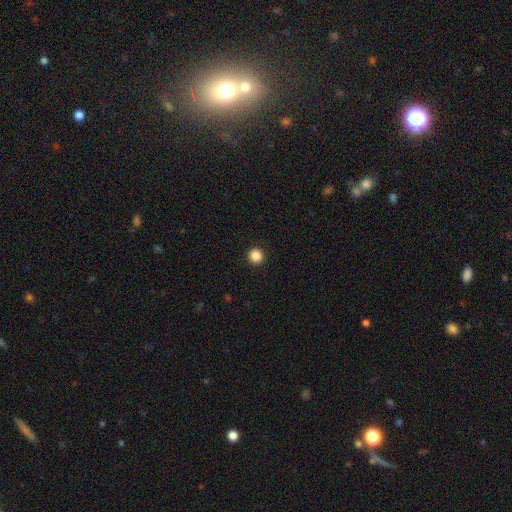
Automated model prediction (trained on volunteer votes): Morphology: type=smooth (87%); roundness=round (94%); merging=none (93%).